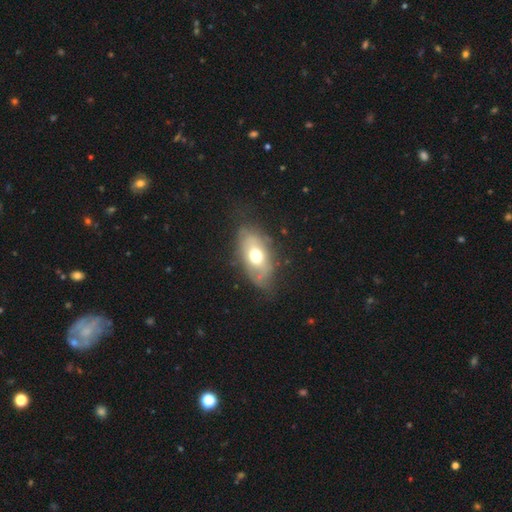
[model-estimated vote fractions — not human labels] A smooth galaxy with no disk features (54%) that is in between round and cigar-shaped (88%).

Vote fractions:
- Smooth or featured? smooth: 54% / featured or disk: 38% / star or artifact: 8%
- How rounded? in between: 88% / round: 9% / cigar-shaped: 4%
- Merging? none: 63% / minor disturbance: 25% / major disturbance: 10% / merger: 2%